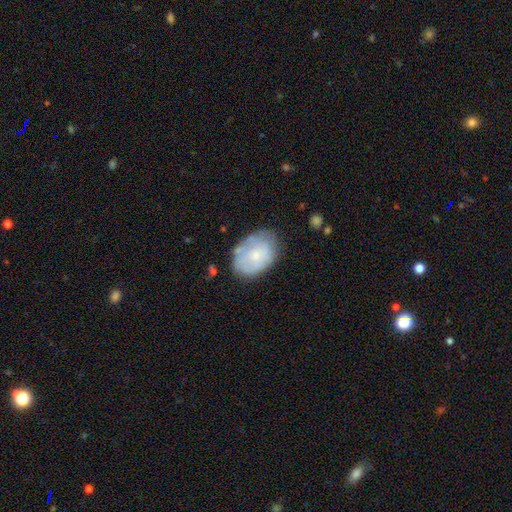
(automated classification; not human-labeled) Smooth or featured? Predicted: smooth (p=0.59). How rounded? Predicted: in between (p=0.78). Merging? Predicted: none (p=0.67).